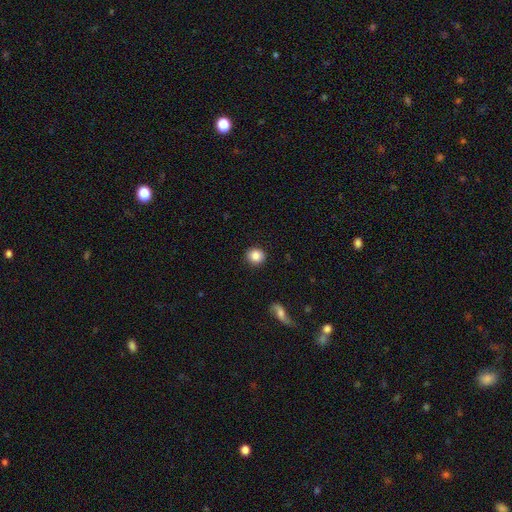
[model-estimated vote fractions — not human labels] A smooth galaxy with no disk features (86%) that is round (87%). Merging: none (91%).